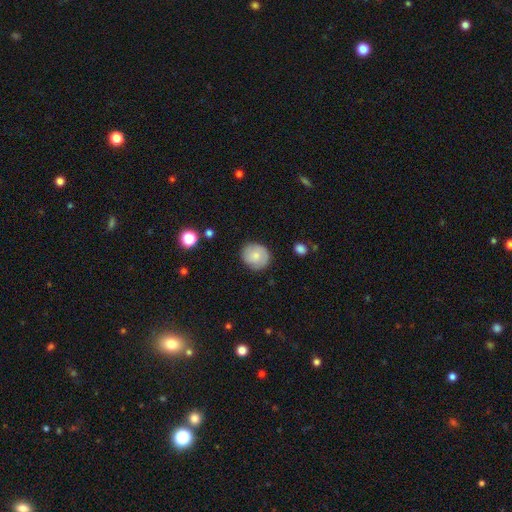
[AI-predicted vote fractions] smooth-or-featured: smooth: 70% | featured or disk: 23% | star or artifact: 7%
  how-rounded: round: 84% | in between: 15% | cigar-shaped: 1%
  merging: none: 83% | minor disturbance: 13% | major disturbance: 3% | merger: 1%